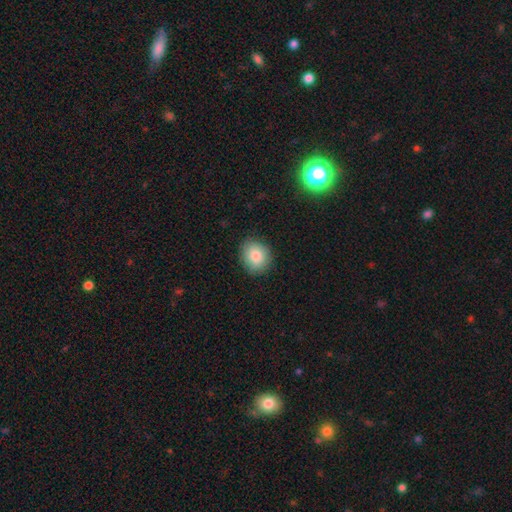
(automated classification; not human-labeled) Overall: smooth (83%). How rounded: round (70%). Merging: none (87%).